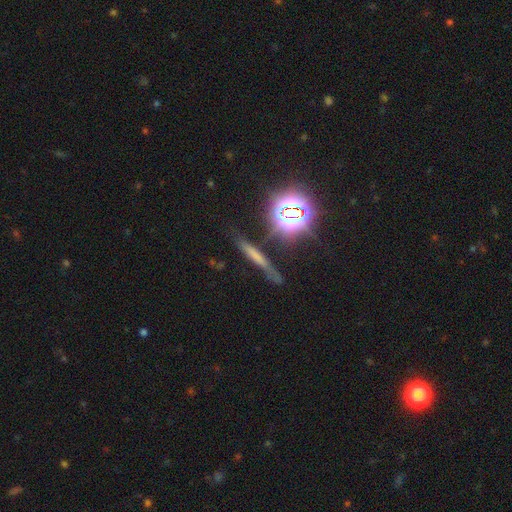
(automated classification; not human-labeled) Smooth or featured: smooth — 48% (star or artifact — 26%)
Merging: none — 72% (minor disturbance — 17%)